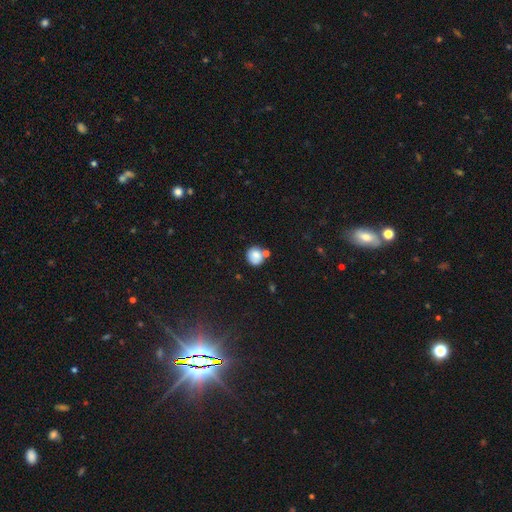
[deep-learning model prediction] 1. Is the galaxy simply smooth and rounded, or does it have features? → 78% smooth, 12% featured or disk, 9% star or artifact.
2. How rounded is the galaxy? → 82% round, 17% in between, 1% cigar-shaped.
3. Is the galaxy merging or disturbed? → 60% none, 20% merger, 16% minor disturbance, 5% major disturbance.